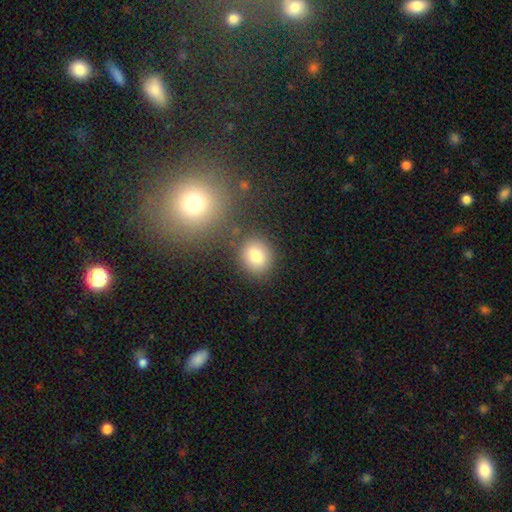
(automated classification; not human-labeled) Smooth or featured? smooth (81%)
How rounded? round (74%)
Merging? none (79%)